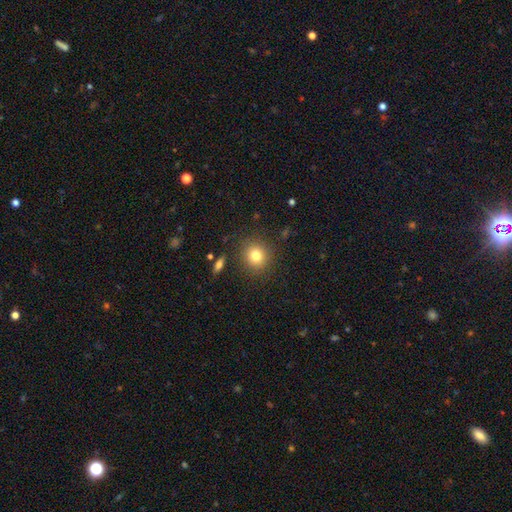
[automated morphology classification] smooth-or-featured: smooth: 80% | star or artifact: 12% | featured or disk: 8%
  how-rounded: round: 88% | in between: 11% | cigar-shaped: 1%
  merging: none: 87% | minor disturbance: 8% | major disturbance: 3% | merger: 2%